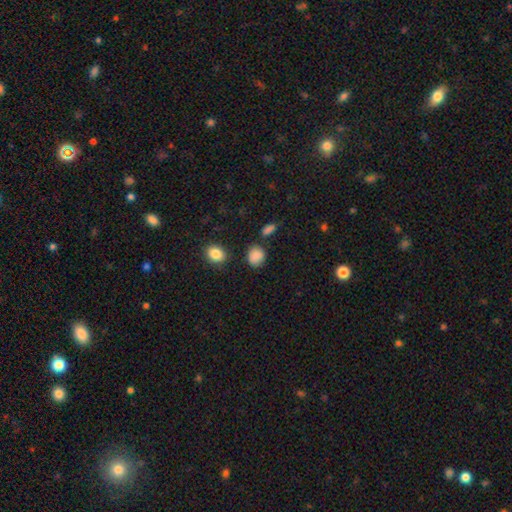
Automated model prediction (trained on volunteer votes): This is clearly a smooth galaxy (86%). How rounded: likely round (61%). Merging: likely none (79%).